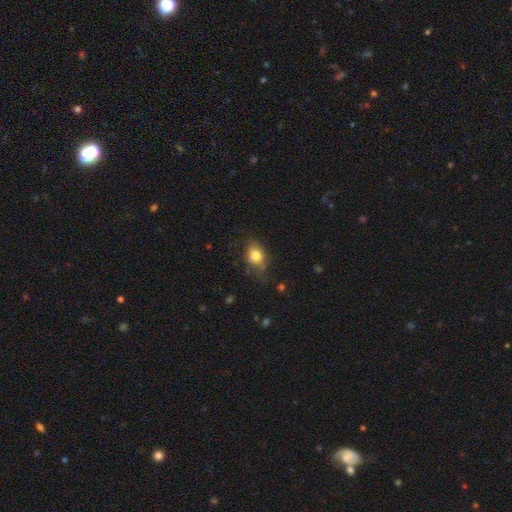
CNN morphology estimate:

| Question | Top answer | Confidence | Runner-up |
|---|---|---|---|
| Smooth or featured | smooth | 79% | featured or disk (12%) |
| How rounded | in between | 60% | round (39%) |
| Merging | none | 64% | minor disturbance (26%) |